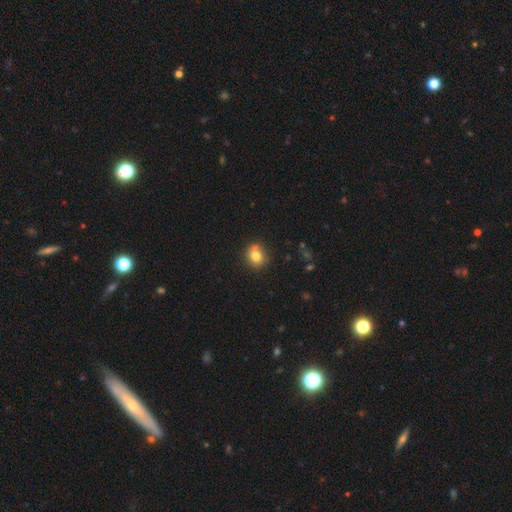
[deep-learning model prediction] Overall: smooth (79%). How rounded: round (77%). Merging: none (74%).